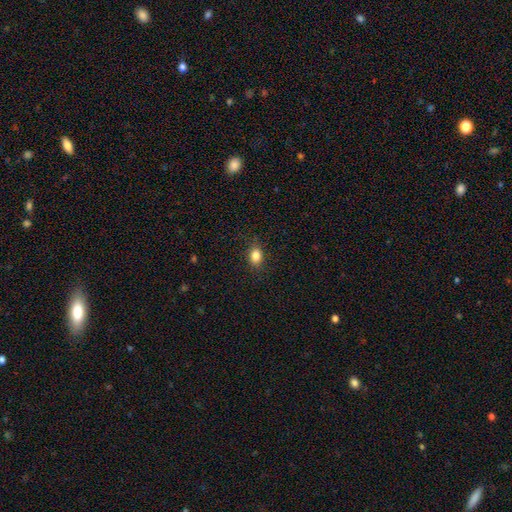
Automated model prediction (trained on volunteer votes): This is clearly a smooth galaxy (85%). How rounded: likely in between (75%). Merging: clearly none (86%).